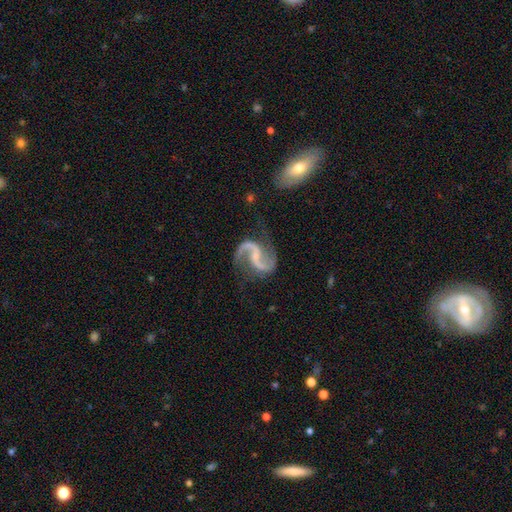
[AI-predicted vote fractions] This is clearly a featured or disk galaxy (93%). It is clearly not viewed edge-on (98%). Bar: marginally weak (44%). Spiral arm pattern: clearly yes (98%). Spiral arm count: clearly 2 (94%). Spiral winding: likely loose (61%). Central bulge: possibly small (59%). Merging: likely none (72%).